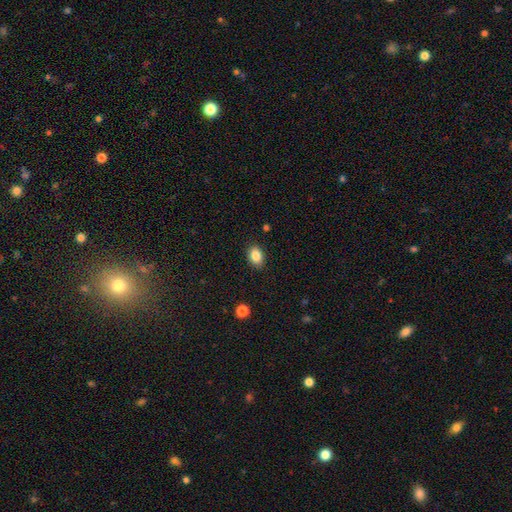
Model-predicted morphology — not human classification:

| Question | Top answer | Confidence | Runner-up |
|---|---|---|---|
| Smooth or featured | smooth | 86% | star or artifact (9%) |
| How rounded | in between | 74% | round (25%) |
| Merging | none | 88% | minor disturbance (9%) |